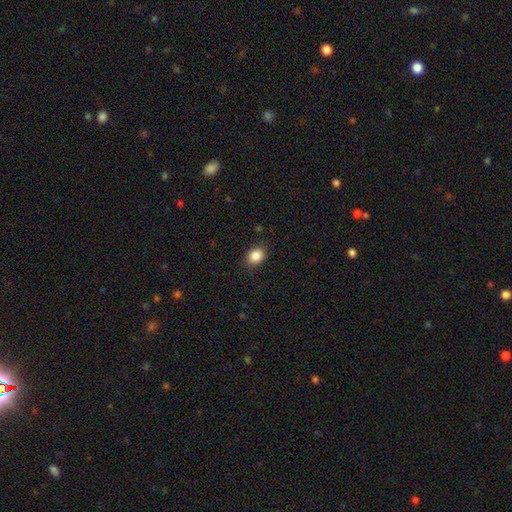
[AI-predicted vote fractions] A smooth galaxy with no disk features (86%) that is in between round and cigar-shaped (51%). Merging: none (84%).